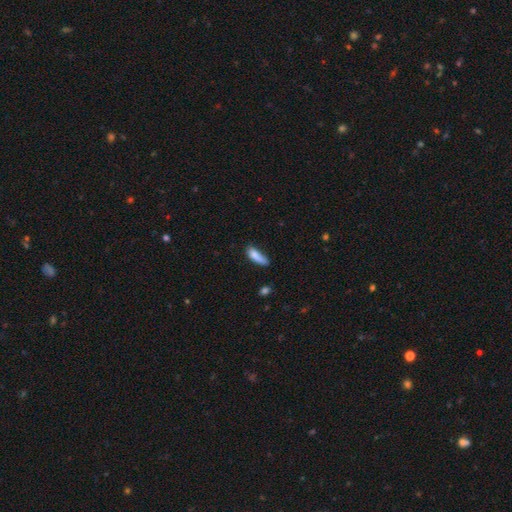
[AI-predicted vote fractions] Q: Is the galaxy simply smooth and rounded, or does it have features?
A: smooth — 81%.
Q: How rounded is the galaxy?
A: in between — 50%.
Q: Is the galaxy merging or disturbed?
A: none — 47%.